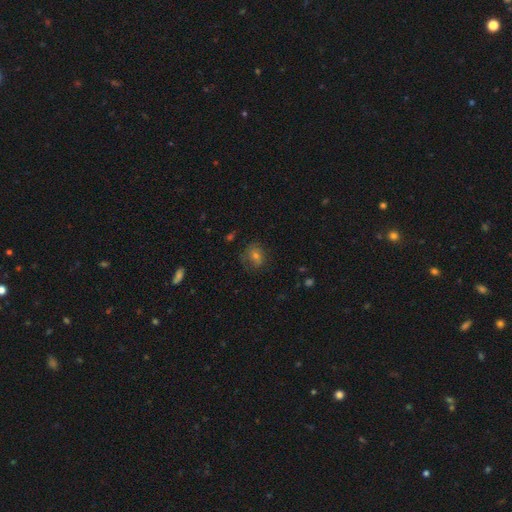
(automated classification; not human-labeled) Smooth or featured? smooth (51%)
How rounded? round (64%)
Merging? none (69%)